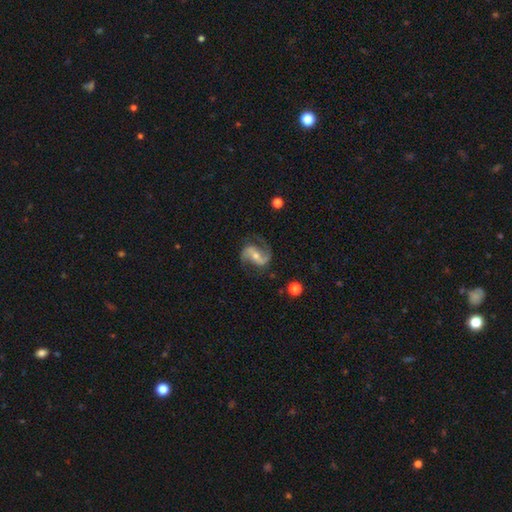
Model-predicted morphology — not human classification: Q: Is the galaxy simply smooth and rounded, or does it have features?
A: featured or disk — 89%.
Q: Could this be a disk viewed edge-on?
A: no — 97%.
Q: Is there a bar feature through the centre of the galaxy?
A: strong — 39%.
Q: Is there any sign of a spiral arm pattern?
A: yes — 97%.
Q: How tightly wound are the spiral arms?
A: medium — 47%.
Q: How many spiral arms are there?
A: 2 — 92%.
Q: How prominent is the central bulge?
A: moderate — 50%.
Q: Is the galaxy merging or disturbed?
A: none — 75%.